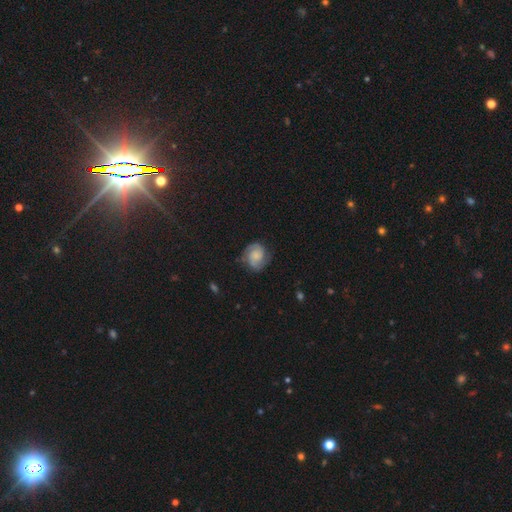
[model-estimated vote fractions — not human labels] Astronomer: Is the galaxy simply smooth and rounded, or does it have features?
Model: featured or disk — 71%.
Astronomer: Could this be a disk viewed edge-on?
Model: no — 98%.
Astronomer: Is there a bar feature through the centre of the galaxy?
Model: no — 67%.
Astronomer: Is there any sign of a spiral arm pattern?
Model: yes — 95%.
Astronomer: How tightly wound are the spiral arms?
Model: tight — 46% (runner-up: medium, 42%).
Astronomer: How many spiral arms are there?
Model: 2 — 86%.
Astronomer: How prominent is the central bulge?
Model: small — 31% (runner-up: none, 28%).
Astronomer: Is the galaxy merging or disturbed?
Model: none — 75%.